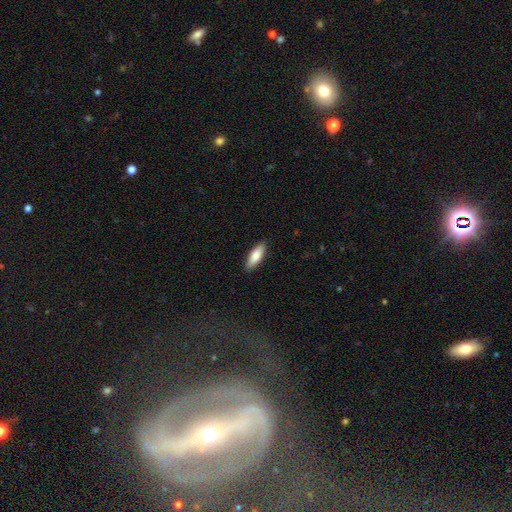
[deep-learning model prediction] This is likely a smooth galaxy (79%). How rounded: likely in between (60%). Merging: clearly none (89%).